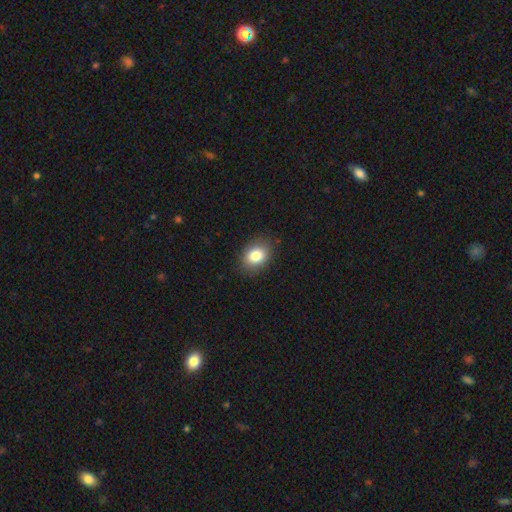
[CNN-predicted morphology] smooth_or_featured: smooth (p=0.83) [alt: star or artifact p=0.09]
how_rounded: in between (p=0.67) [alt: round p=0.32]
merging: none (p=0.85) [alt: minor disturbance p=0.11]